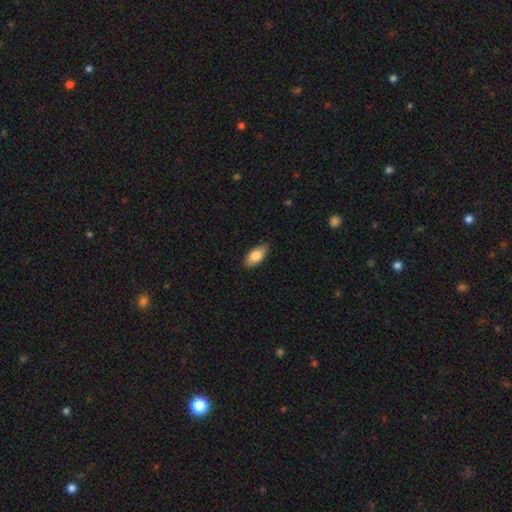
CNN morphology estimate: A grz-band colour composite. It shows a smooth galaxy with no disk features (81%) that is in between round and cigar-shaped (89%). Merging: none (86%).